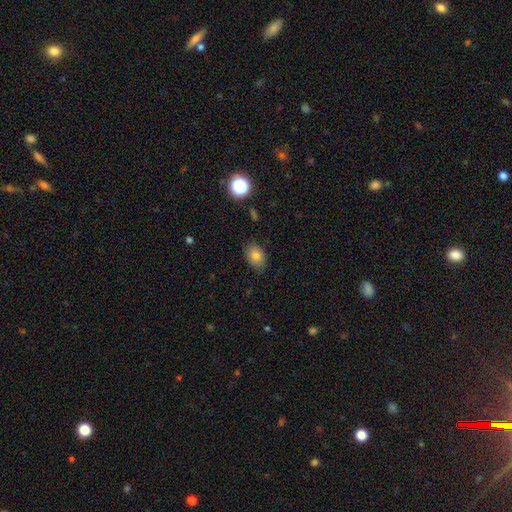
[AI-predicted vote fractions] This appears to be a smooth galaxy with no disk features (80%) that is in between round and cigar-shaped (77%). Merging: none (80%).